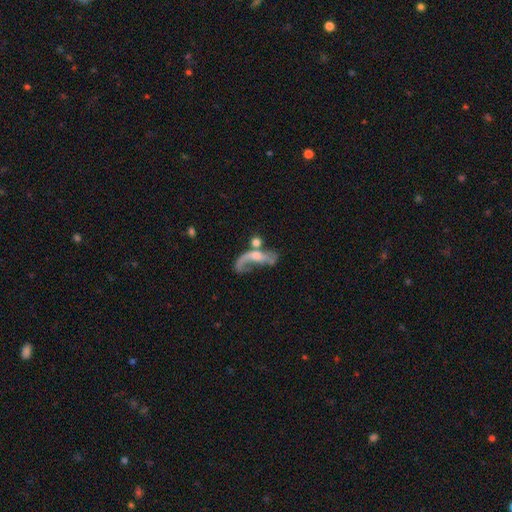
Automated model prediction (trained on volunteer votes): A featured or disk galaxy (66%) with no bar (64%), spiral arms (70%) and a small central bulge (36%).

Vote fractions:
- Smooth or featured? featured or disk: 66% / smooth: 24% / star or artifact: 10%
- Edge-on disk? no: 91% / yes: 9%
- Bar? no: 64% / weak: 27% / strong: 9%
- Spiral arms? yes: 70% / no: 30%
- Bulge size? small: 36% / moderate: 34% / none: 21% / large: 7% / dominant: 2%
- Merging? major disturbance: 34% / merger: 32% / none: 23% / minor disturbance: 11%